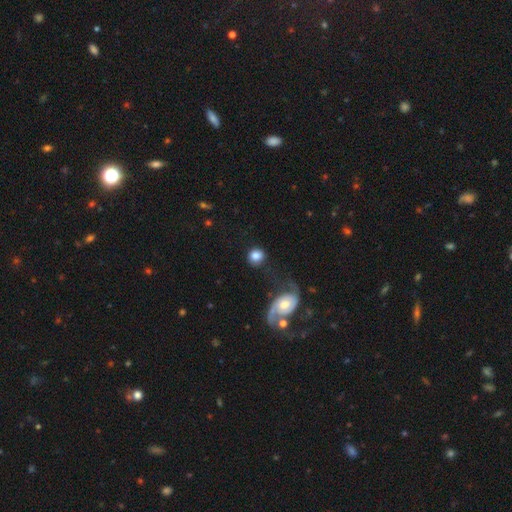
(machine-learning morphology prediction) The model was most divided on "merging": none: 68%, minor disturbance: 13%, merger: 10%, major disturbance: 9%. More confident: how rounded — round (84%); smooth or featured — smooth (77%).